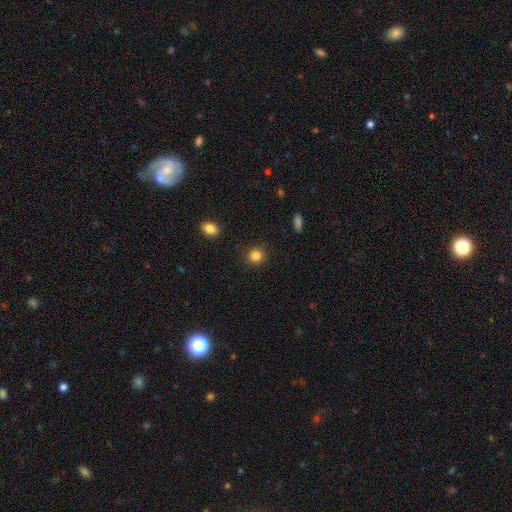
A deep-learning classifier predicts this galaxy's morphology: type=smooth (85%); roundness=round (89%); merging=none (90%).